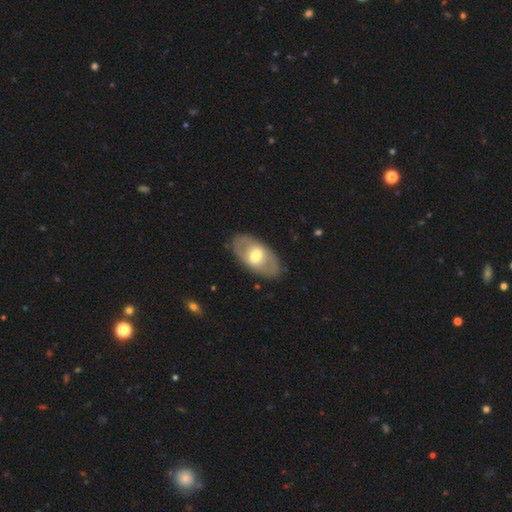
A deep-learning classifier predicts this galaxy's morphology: Overall: featured or disk (48%; smooth 47%). Merging: none (84%).